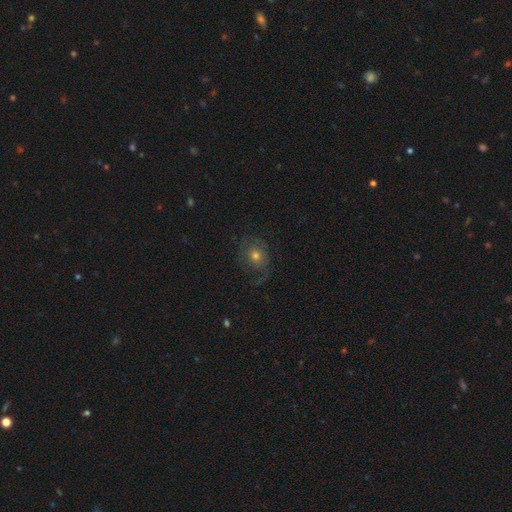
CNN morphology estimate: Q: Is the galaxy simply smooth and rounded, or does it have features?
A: featured or disk — 47%.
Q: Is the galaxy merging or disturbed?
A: none — 62%.